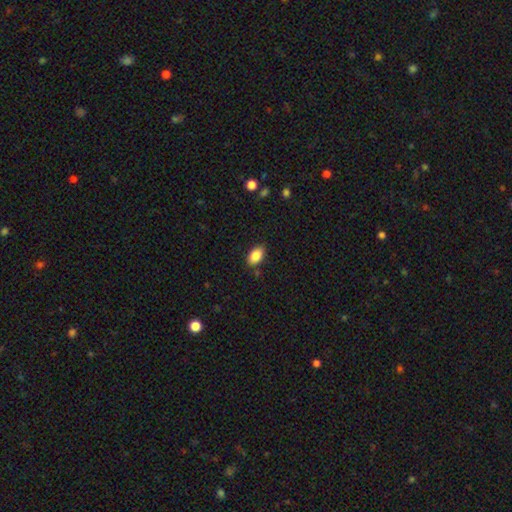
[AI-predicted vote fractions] Smooth or featured? smooth (87%)
How rounded? in between (91%)
Merging? none (86%)